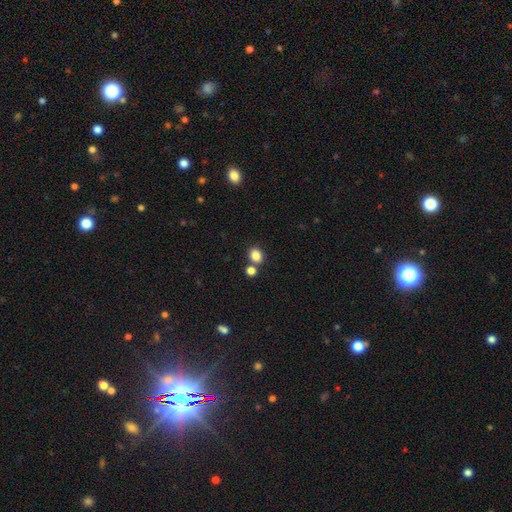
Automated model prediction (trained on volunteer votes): Smooth or featured? Predicted: smooth (p=0.83). How rounded? Predicted: round (p=0.55). Merging? Predicted: none (p=0.68).